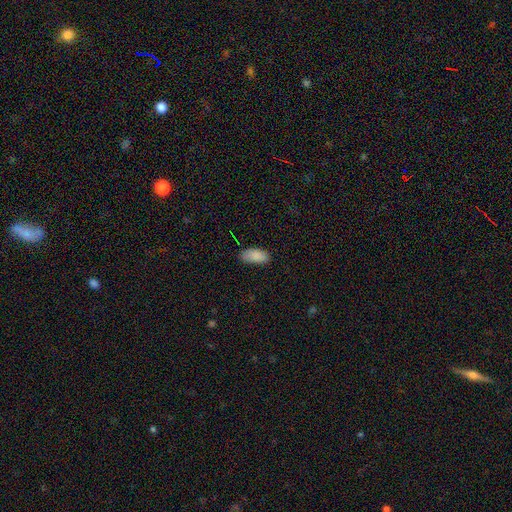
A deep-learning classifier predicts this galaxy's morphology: Smooth or featured?
  - smooth: 88% *
  - star or artifact: 7%
  - featured or disk: 5%
How rounded?
  - in between: 92% *
  - cigar-shaped: 6%
  - round: 2%
Merging?
  - none: 79% *
  - minor disturbance: 17%
  - major disturbance: 3%
  - merger: 1%